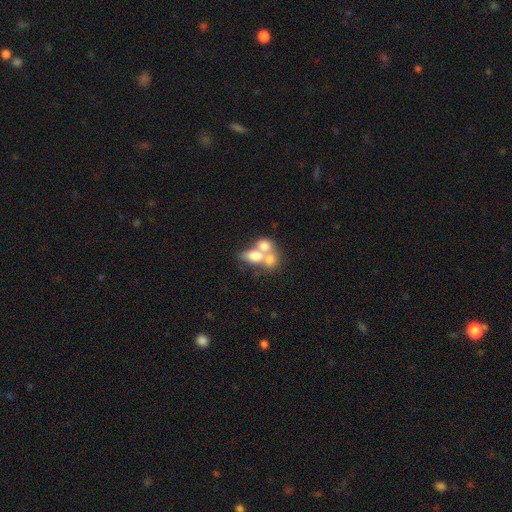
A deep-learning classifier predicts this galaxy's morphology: This is likely a smooth galaxy (65%). How rounded: likely in between (64%). Merging: likely merger (66%).